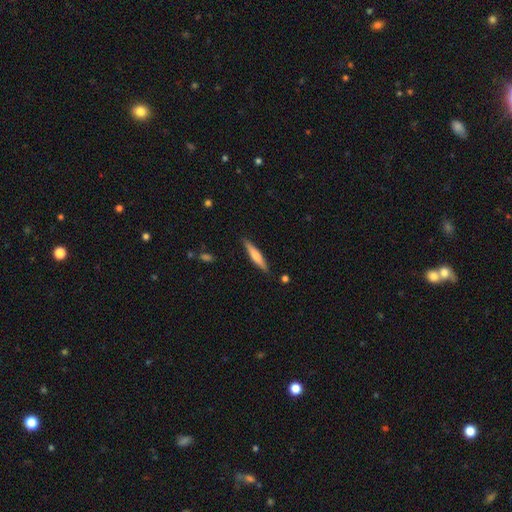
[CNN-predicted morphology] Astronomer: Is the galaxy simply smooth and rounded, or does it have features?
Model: smooth — 59% (runner-up: featured or disk, 36%).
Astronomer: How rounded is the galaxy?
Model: cigar-shaped — 89%.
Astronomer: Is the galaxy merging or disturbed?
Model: none — 88%.